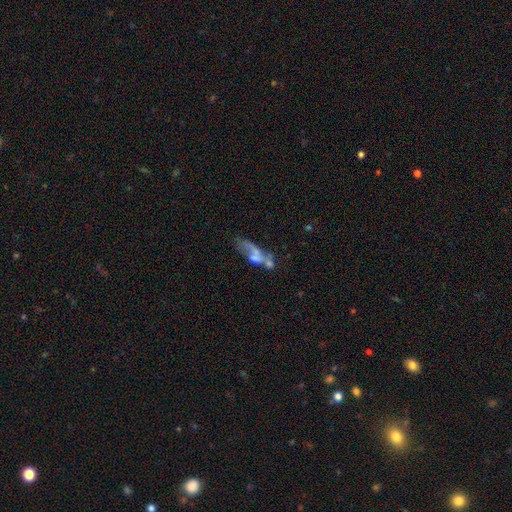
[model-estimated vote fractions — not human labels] This is possibly a featured or disk galaxy (46%). Merging: marginally merger (40%).